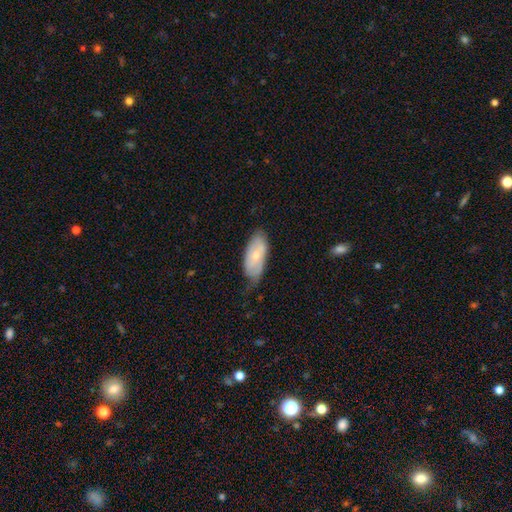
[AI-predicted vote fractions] smooth_or_featured: smooth (p=0.55) [alt: featured or disk p=0.39]
how_rounded: in between (p=0.87) [alt: cigar-shaped p=0.10]
merging: none (p=0.58) [alt: minor disturbance p=0.32]